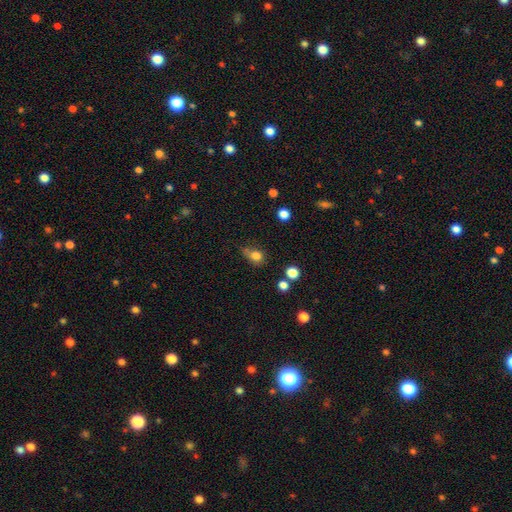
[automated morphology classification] The model was most divided on "how rounded": in between: 50%, round: 48%, cigar-shaped: 2%. Remaining: smooth or featured — smooth (80%); merging — none (48%).